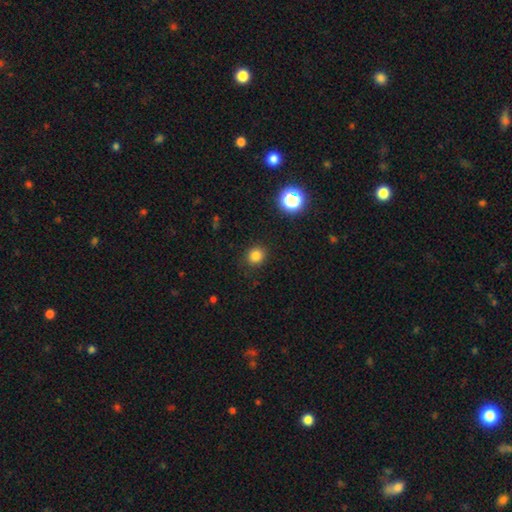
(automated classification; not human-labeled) The model was most divided on "how rounded": round: 83%, in between: 16%, cigar-shaped: 1%. More confident: merging — none (89%); smooth or featured — smooth (82%).